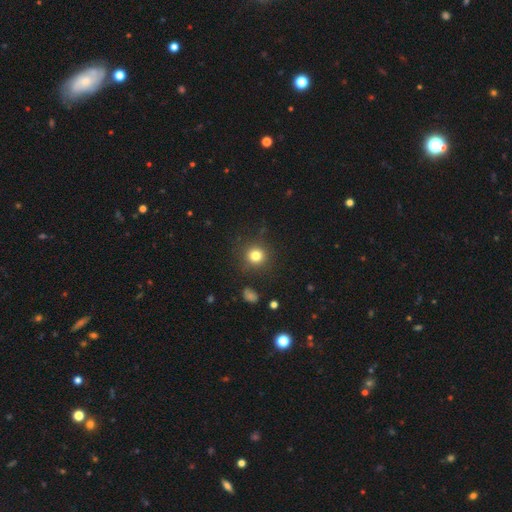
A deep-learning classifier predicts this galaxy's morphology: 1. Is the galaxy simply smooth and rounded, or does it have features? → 81% smooth, 13% star or artifact, 6% featured or disk.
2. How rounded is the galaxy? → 92% round, 8% in between, 1% cigar-shaped.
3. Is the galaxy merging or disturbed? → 87% none, 8% minor disturbance, 3% major disturbance, 2% merger.